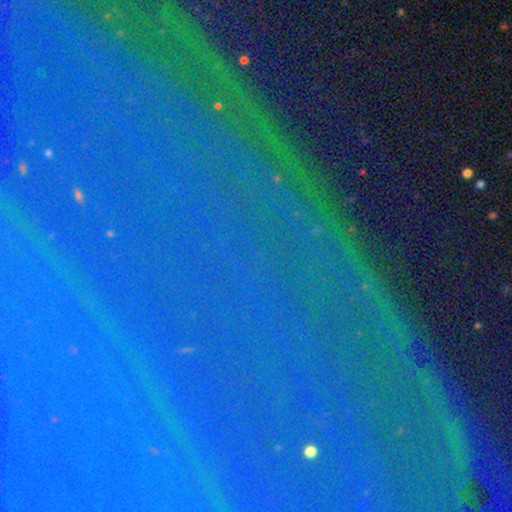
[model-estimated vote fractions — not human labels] Smooth or featured? Predicted: star or artifact (p=0.85).